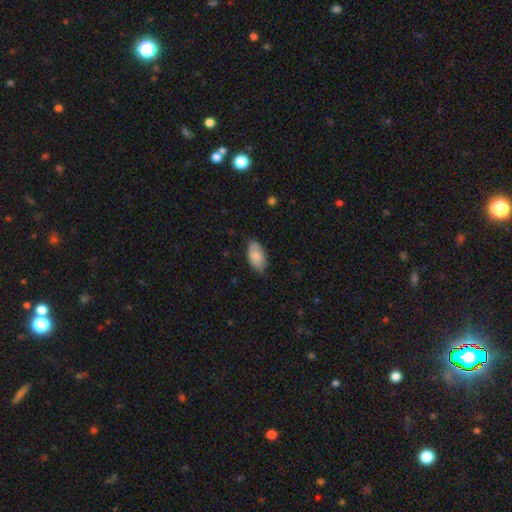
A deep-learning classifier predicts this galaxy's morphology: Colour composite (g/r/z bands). It shows a smooth galaxy with no disk features (81%) that is in between round and cigar-shaped (94%). Merging: none (72%).